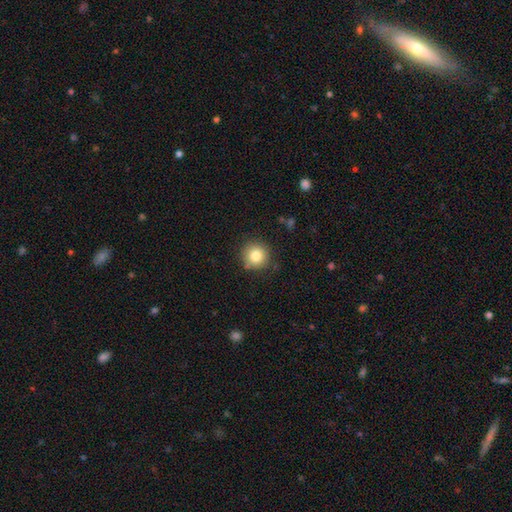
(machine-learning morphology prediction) Smooth or featured: smooth — 82% (star or artifact — 10%)
How rounded: round — 94% (in between — 5%)
Merging: none — 84% (minor disturbance — 11%)